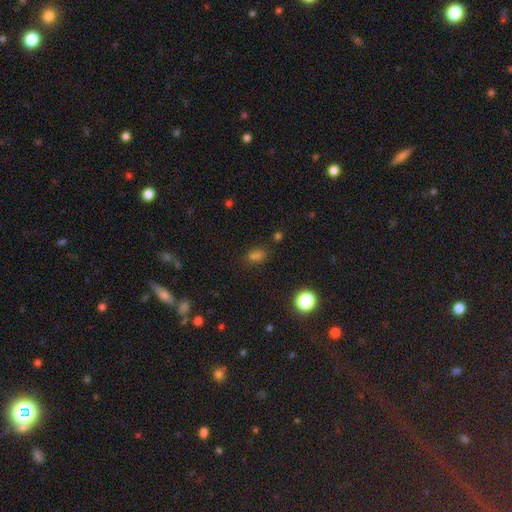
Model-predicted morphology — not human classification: smooth_or_featured: smooth (p=0.62) [alt: star or artifact p=0.31]
how_rounded: in between (p=0.60) [alt: round p=0.37]
merging: none (p=0.67) [alt: merger p=0.14]